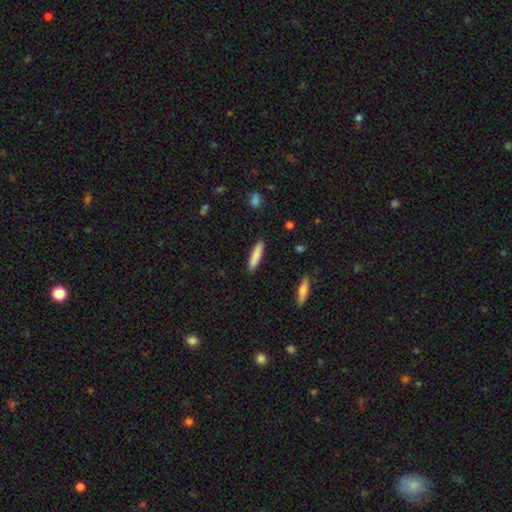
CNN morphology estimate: Smooth or featured? smooth (85%)
How rounded? cigar-shaped (79%)
Merging? none (90%)